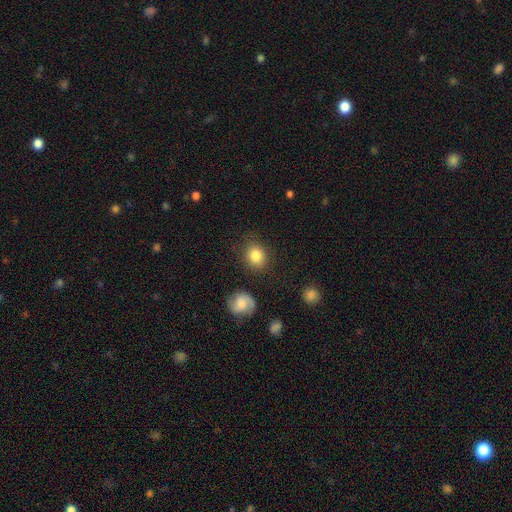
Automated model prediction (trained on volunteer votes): smooth 84%, star or artifact 9%, featured or disk 8%. Down the decision tree: how rounded — round (69%); merging — none (83%).